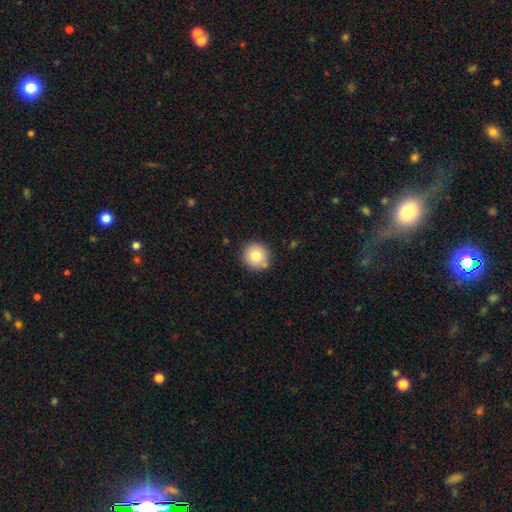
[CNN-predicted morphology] A smooth galaxy with no disk features (79%) that is round (92%).

Vote fractions:
- Smooth or featured? smooth: 79% / featured or disk: 11% / star or artifact: 10%
- How rounded? round: 92% / in between: 7% / cigar-shaped: 1%
- Merging? none: 83% / minor disturbance: 10% / merger: 5% / major disturbance: 2%